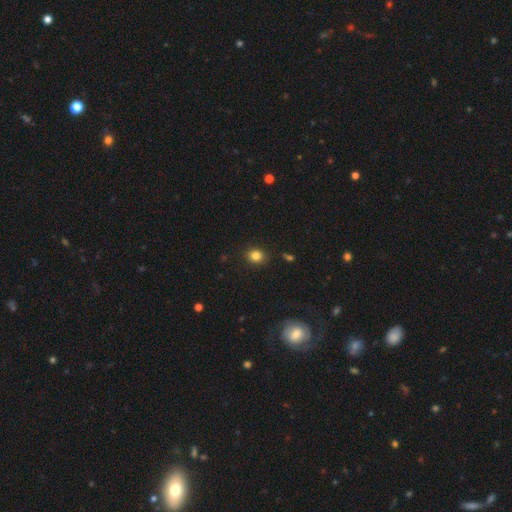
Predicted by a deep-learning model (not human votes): Morphology: type=smooth (83%); roundness=round (72%); merging=none (88%).